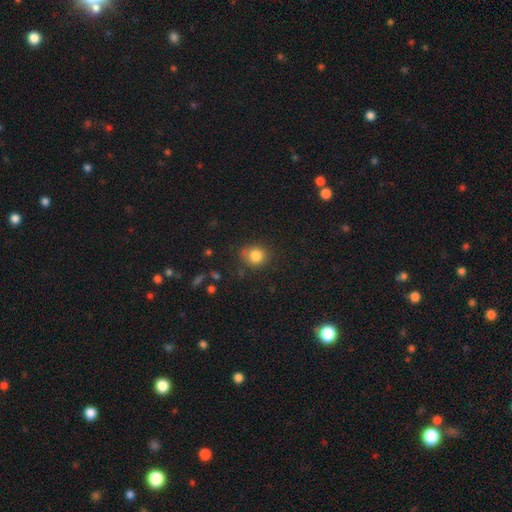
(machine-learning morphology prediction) smooth-or-featured: smooth: 83% | star or artifact: 11% | featured or disk: 6%
  how-rounded: round: 80% | in between: 19% | cigar-shaped: 1%
  merging: none: 74% | minor disturbance: 19% | major disturbance: 5% | merger: 3%